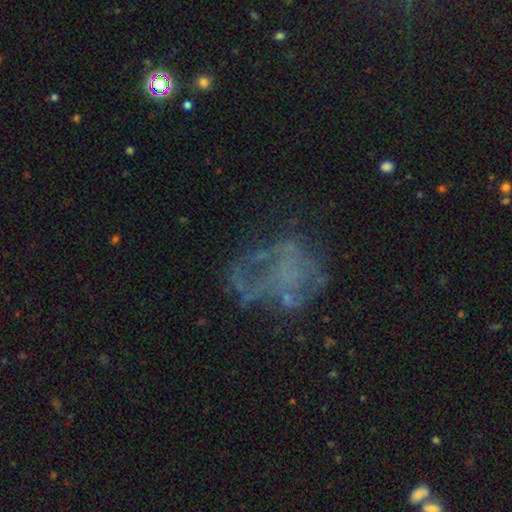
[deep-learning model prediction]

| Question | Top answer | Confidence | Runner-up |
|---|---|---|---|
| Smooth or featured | featured or disk | 57% | star or artifact (23%) |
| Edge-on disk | no | 98% | yes (2%) |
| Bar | no | 91% | weak (7%) |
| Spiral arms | no | 84% | yes (16%) |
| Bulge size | none | 82% | small (10%) |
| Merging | none | 43% | major disturbance (35%) |